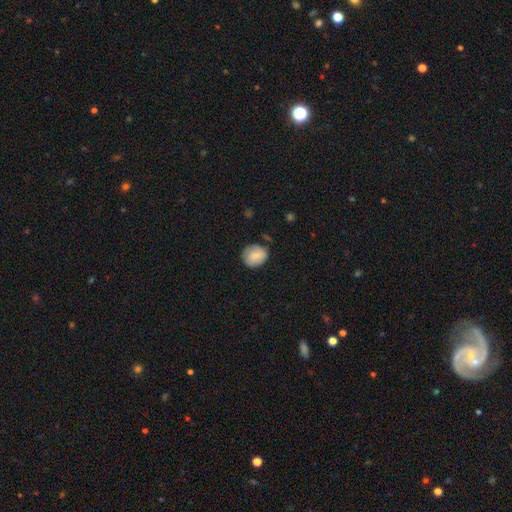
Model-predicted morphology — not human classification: smooth_or_featured: smooth (p=0.81) [alt: featured or disk p=0.12]
how_rounded: round (p=0.73) [alt: in between p=0.26]
merging: none (p=0.75) [alt: minor disturbance p=0.19]